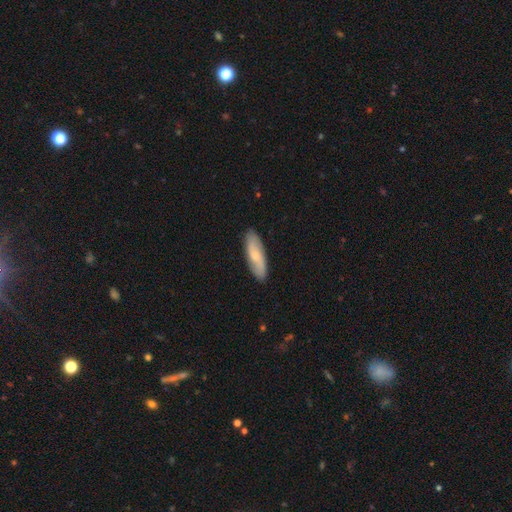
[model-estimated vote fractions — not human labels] A smooth galaxy with no disk features (58%) that is cigar-shaped (50%).

Vote fractions:
- Smooth or featured? smooth: 58% / featured or disk: 37% / star or artifact: 5%
- How rounded? cigar-shaped: 50% / in between: 47% / round: 2%
- Merging? none: 89% / minor disturbance: 9% / major disturbance: 2% / merger: 1%